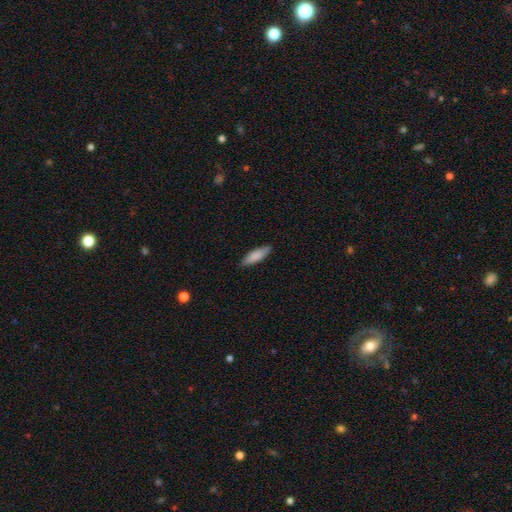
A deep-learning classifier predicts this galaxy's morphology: Smooth or featured? smooth (84%)
How rounded? cigar-shaped (50%)
Merging? none (86%)